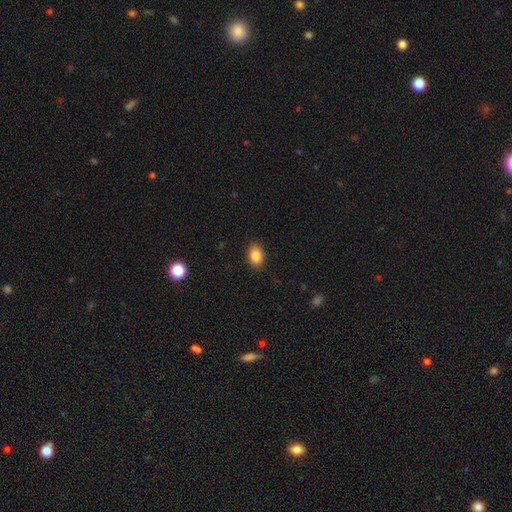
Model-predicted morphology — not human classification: Smooth or featured: smooth — 86% (star or artifact — 9%)
How rounded: in between — 79% (round — 20%)
Merging: none — 88% (minor disturbance — 9%)